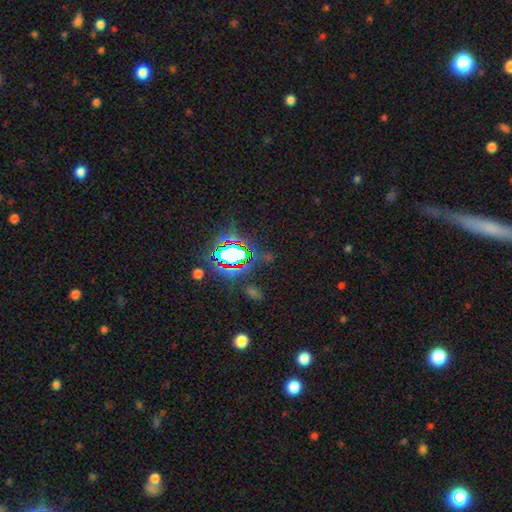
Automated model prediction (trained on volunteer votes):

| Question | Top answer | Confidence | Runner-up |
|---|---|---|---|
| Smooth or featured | star or artifact | 79% | smooth (12%) |